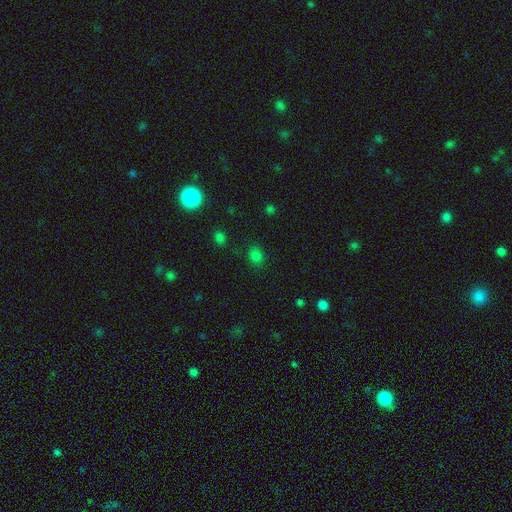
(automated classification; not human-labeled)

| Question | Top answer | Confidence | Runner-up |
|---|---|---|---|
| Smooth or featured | smooth | 76% | star or artifact (19%) |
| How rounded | round | 56% | in between (43%) |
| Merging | none | 81% | minor disturbance (12%) |